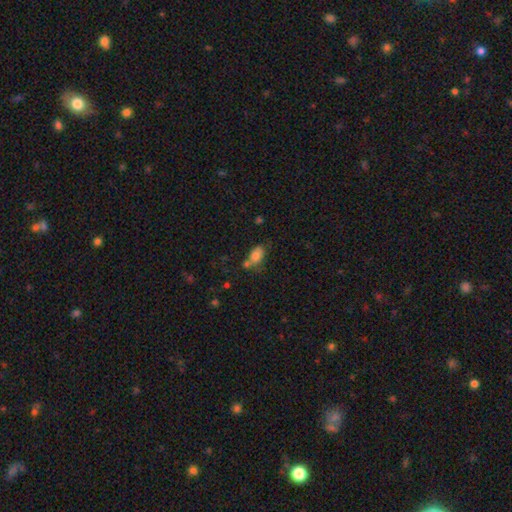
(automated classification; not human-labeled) smooth-or-featured: smooth: 79% | featured or disk: 11% | star or artifact: 10%
  how-rounded: in between: 85% | round: 12% | cigar-shaped: 3%
  merging: none: 44% | merger: 29% | minor disturbance: 19% | major disturbance: 7%